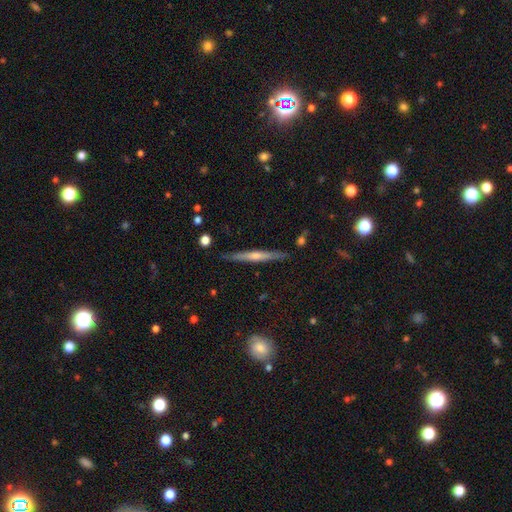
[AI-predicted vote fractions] featured or disk 65%, smooth 28%, star or artifact 6%. Down the decision tree: edge-on disk — yes (97%); edge-on bulge — rounded (61%); merging — none (89%).